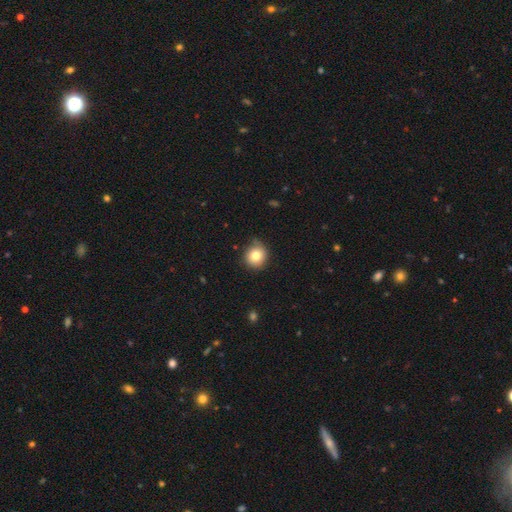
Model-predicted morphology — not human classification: This appears to be a smooth galaxy with no disk features (80%) that is round (86%). Merging: none (76%).